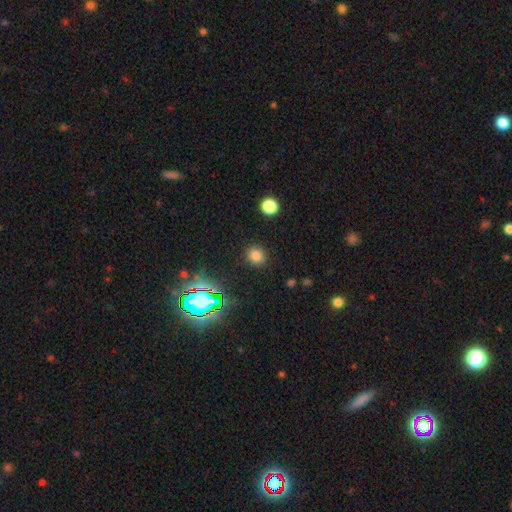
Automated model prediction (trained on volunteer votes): smooth-or-featured: smooth: 76% | star or artifact: 19% | featured or disk: 5%
  how-rounded: round: 83% | in between: 16% | cigar-shaped: 1%
  merging: none: 89% | minor disturbance: 7% | major disturbance: 3% | merger: 2%